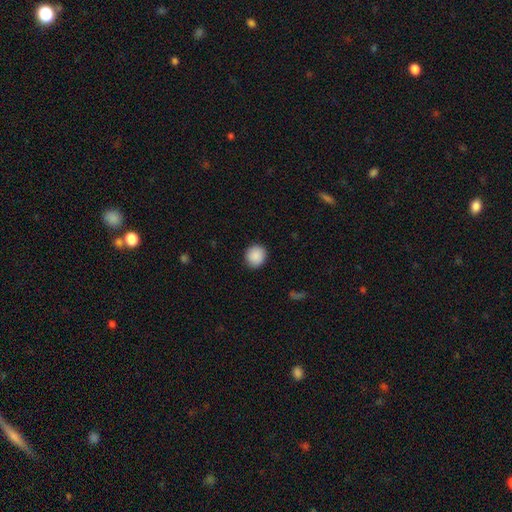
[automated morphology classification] A smooth galaxy with no disk features (90%) that is round (87%).

Vote fractions:
- Smooth or featured? smooth: 90% / star or artifact: 8% / featured or disk: 3%
- How rounded? round: 87% / in between: 12% / cigar-shaped: 1%
- Merging? none: 90% / minor disturbance: 7% / major disturbance: 2% / merger: 1%